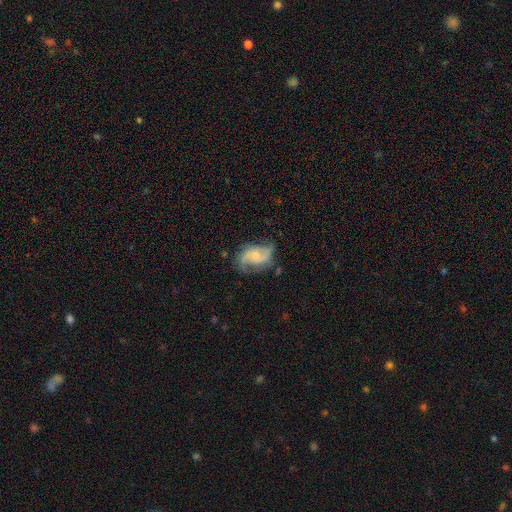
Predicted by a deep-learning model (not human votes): smooth-or-featured: featured or disk: 75% | smooth: 18% | star or artifact: 7%
  disk-edge-on: no: 97% | yes: 3%
    bar: no: 60% | weak: 33% | strong: 7%
    has-spiral-arms: yes: 92% | no: 8%
      spiral-winding: loose: 50% | medium: 38% | tight: 12%
      spiral-arm-count: 2: 83% | can't tell: 7% | 1: 4% | 3: 3% | 4: 1% | more than 4: 1%
    bulge-size: small: 48% | moderate: 24% | none: 22% | large: 4% | dominant: 1%
  merging: none: 58% | minor disturbance: 24% | major disturbance: 15% | merger: 3%